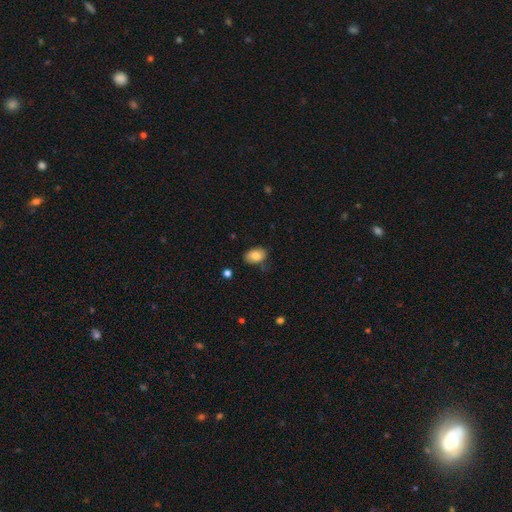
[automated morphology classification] type=smooth (84%); roundness=in between (84%); merging=none (74%).